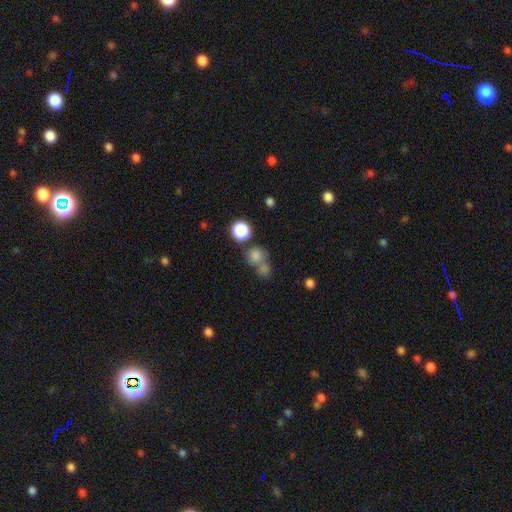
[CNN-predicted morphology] This appears to be a smooth galaxy with no disk features (77%) that is round (81%). Merging: none (44%).